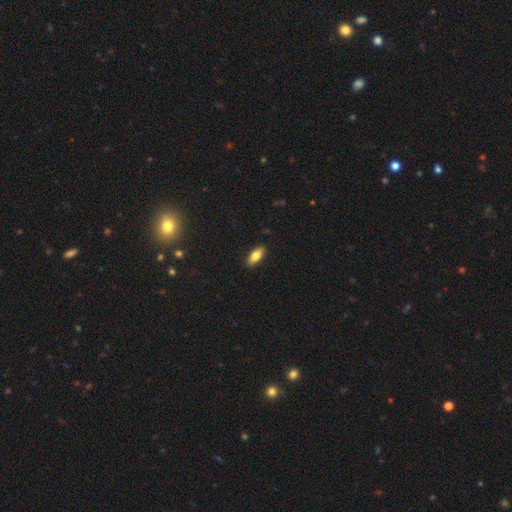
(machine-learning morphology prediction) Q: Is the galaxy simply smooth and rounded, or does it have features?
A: smooth — 77%.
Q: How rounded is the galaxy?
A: in between — 84%.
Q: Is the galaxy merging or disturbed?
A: none — 89%.